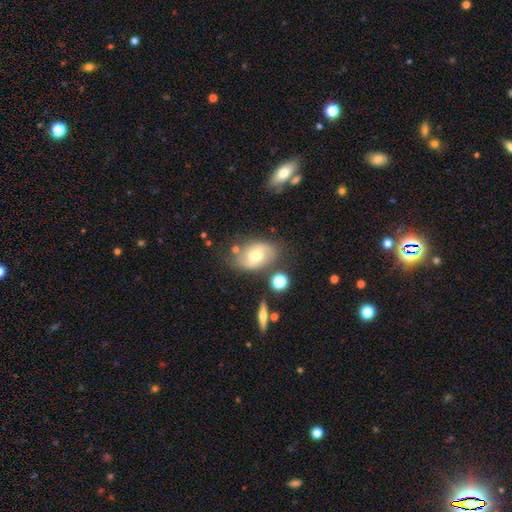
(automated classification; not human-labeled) Morphology: type=smooth (46%); merging=none (68%).